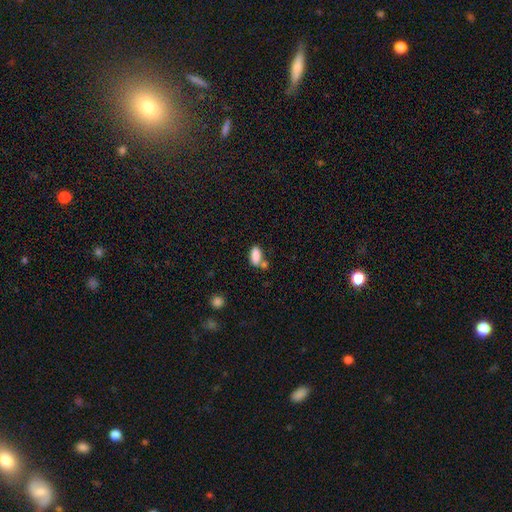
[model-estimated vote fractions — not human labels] smooth-or-featured: smooth: 86% | star or artifact: 9% | featured or disk: 6%
  how-rounded: in between: 88% | cigar-shaped: 8% | round: 3%
  merging: none: 54% | merger: 27% | minor disturbance: 15% | major disturbance: 5%